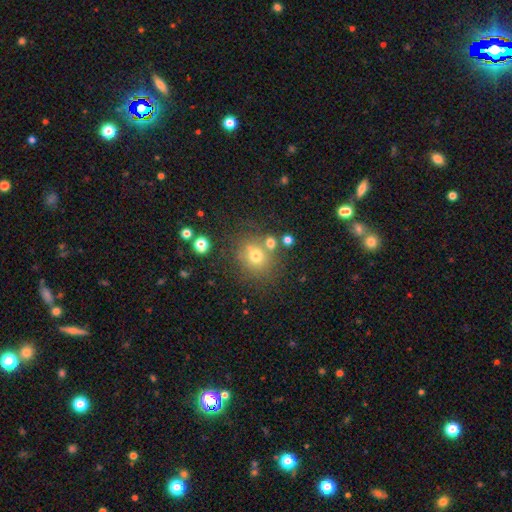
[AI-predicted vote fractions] Q: Smooth or featured?
A: smooth (69%); runner-up: star or artifact (17%)
Q: How rounded?
A: round (83%); runner-up: in between (17%)
Q: Merging?
A: none (64%); runner-up: merger (17%)